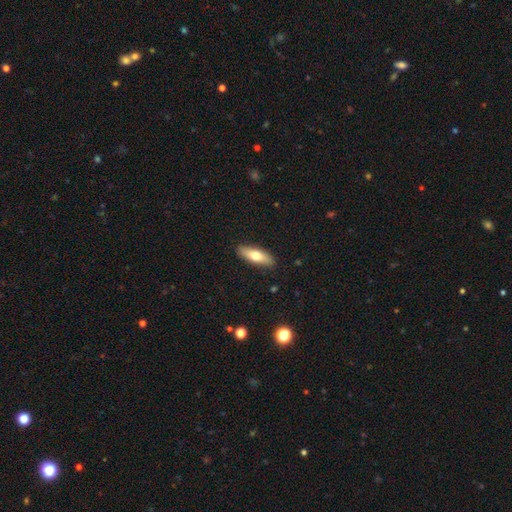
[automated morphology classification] This appears to be a smooth galaxy with no disk features (66%) that is in between round and cigar-shaped (57%). Merging: none (89%).